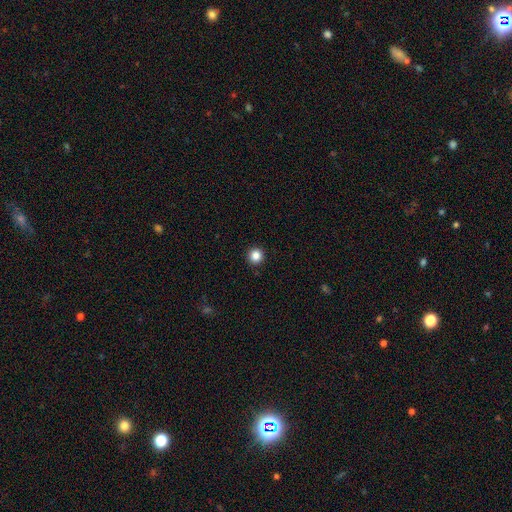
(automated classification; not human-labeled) Morphology: type=smooth (85%); roundness=round (96%); merging=none (93%).